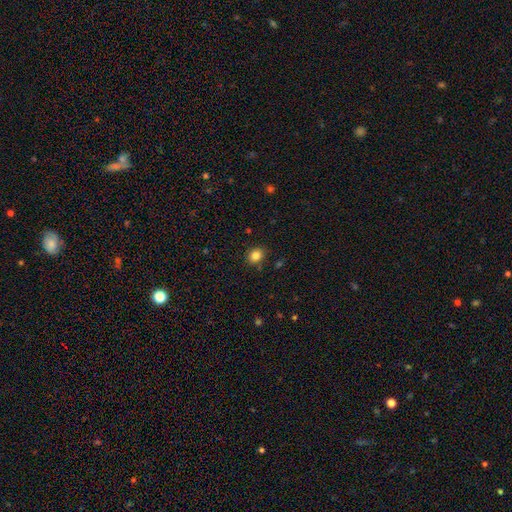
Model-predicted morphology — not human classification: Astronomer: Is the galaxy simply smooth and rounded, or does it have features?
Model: smooth — 84%.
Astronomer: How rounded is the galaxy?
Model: round — 63%.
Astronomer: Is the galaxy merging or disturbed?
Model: none — 87%.